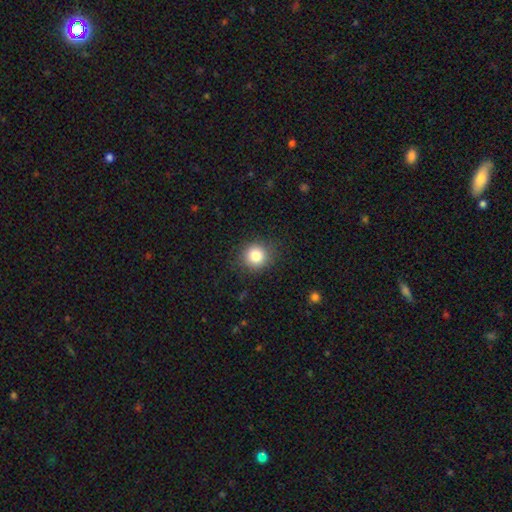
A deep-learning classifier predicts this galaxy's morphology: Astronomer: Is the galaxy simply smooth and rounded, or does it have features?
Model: smooth — 82%.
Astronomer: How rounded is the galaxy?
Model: round — 90%.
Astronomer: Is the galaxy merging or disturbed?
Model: none — 87%.